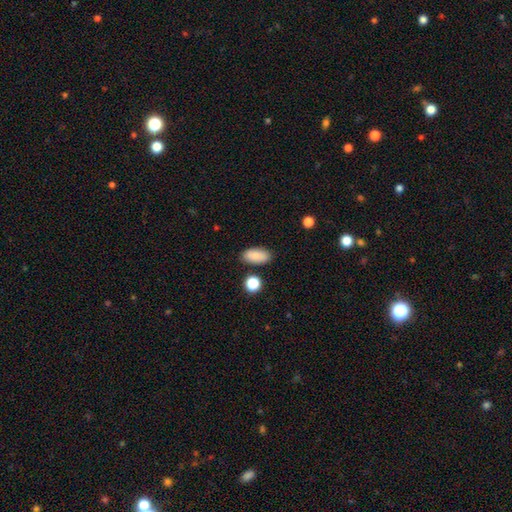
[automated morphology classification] type=smooth (87%); roundness=in between (89%); merging=none (84%).